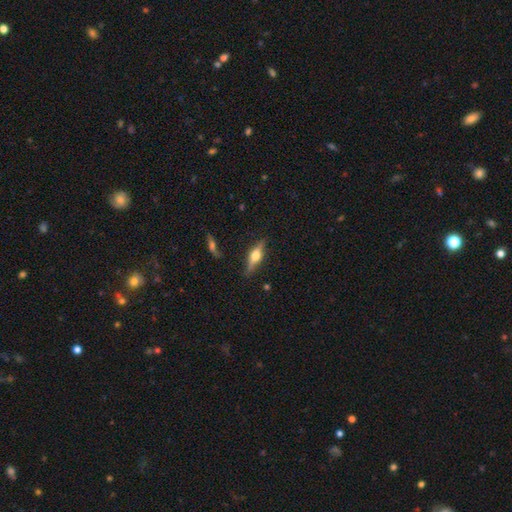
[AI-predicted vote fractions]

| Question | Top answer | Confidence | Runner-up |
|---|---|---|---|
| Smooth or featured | featured or disk | 62% | smooth (31%) |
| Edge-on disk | yes | 95% | no (5%) |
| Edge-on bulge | rounded | 95% | boxy (4%) |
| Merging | none | 83% | minor disturbance (12%) |